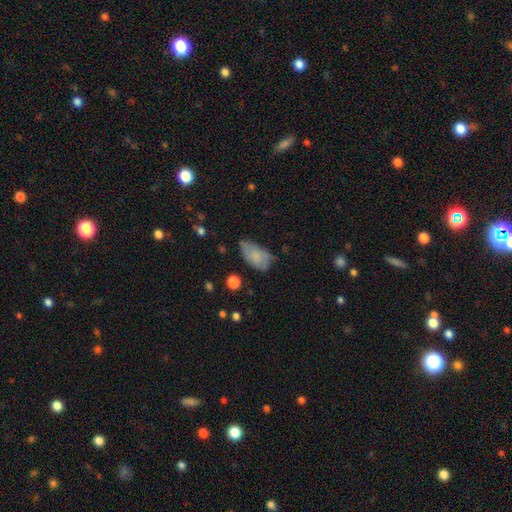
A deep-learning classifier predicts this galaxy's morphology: smooth_or_featured: smooth (p=0.69) [alt: featured or disk p=0.23]
how_rounded: in between (p=0.92) [alt: round p=0.05]
merging: none (p=0.45) [alt: minor disturbance p=0.39]